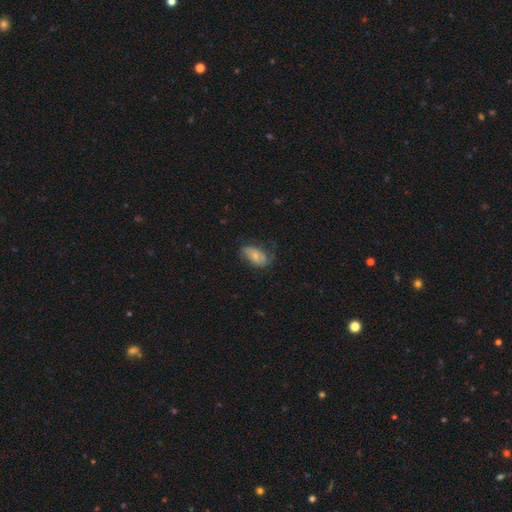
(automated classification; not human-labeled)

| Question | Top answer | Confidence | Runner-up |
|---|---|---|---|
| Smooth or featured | smooth | 54% | featured or disk (38%) |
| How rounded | in between | 91% | round (5%) |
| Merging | none | 48% | minor disturbance (30%) |